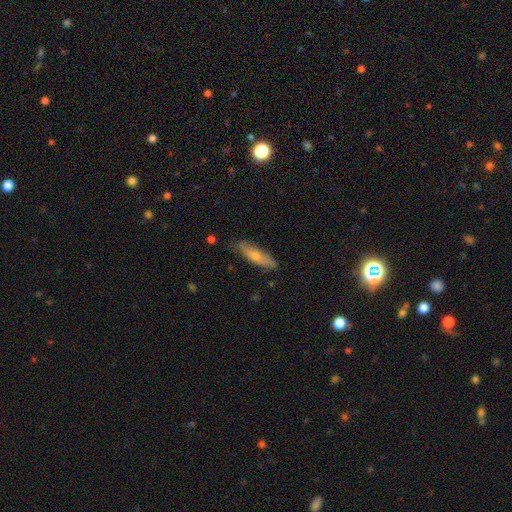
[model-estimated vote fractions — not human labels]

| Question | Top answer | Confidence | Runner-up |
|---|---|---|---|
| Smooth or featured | smooth | 65% | featured or disk (29%) |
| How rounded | cigar-shaped | 62% | in between (36%) |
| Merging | none | 75% | minor disturbance (20%) |